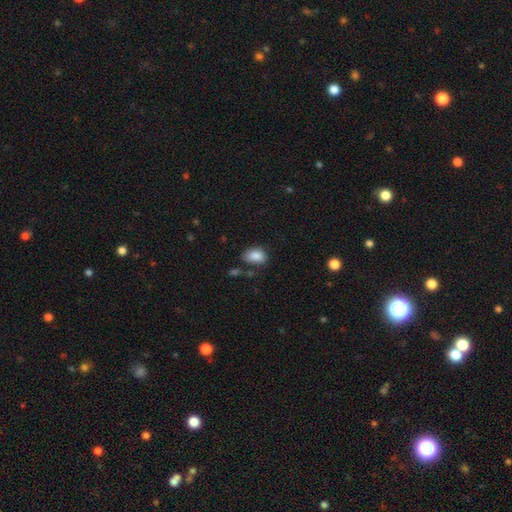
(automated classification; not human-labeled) Smooth or featured? smooth (86%)
How rounded? in between (83%)
Merging? none (62%)